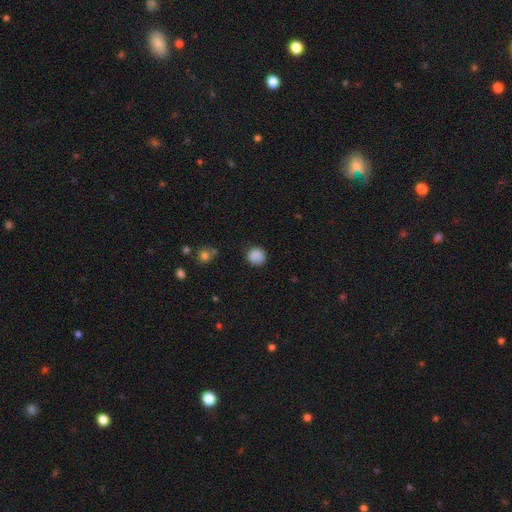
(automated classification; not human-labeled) Smooth or featured? smooth (85%)
How rounded? round (88%)
Merging? none (75%)